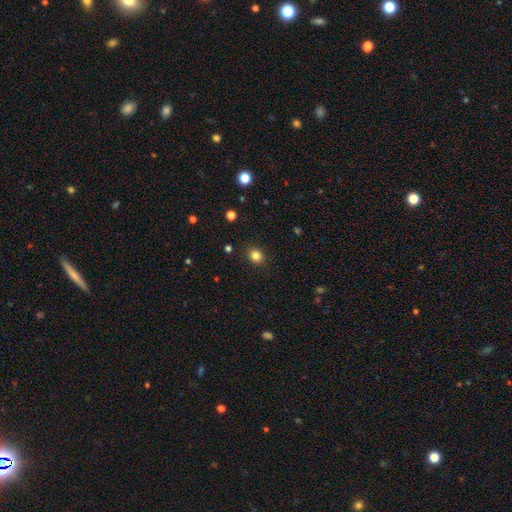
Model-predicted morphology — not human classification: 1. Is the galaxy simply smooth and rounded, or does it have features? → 83% smooth, 12% star or artifact, 5% featured or disk.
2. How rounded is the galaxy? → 68% round, 31% in between, 1% cigar-shaped.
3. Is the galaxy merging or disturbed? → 89% none, 8% minor disturbance, 2% major disturbance, 1% merger.